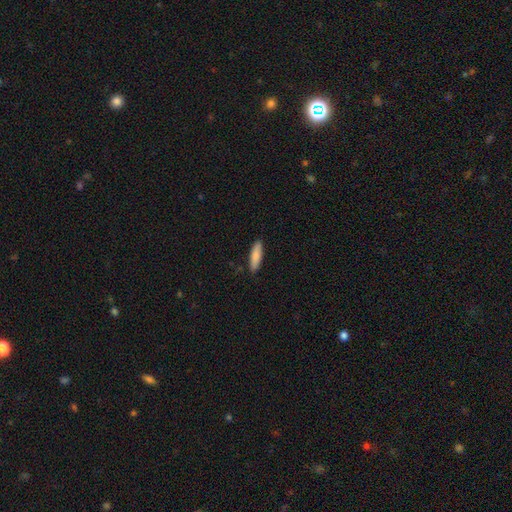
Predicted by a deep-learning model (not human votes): A smooth galaxy with no disk features (84%) that is cigar-shaped (69%).

Vote fractions:
- Smooth or featured? smooth: 84% / featured or disk: 10% / star or artifact: 6%
- How rounded? cigar-shaped: 69% / in between: 30% / round: 1%
- Merging? none: 89% / minor disturbance: 8% / major disturbance: 2% / merger: 1%